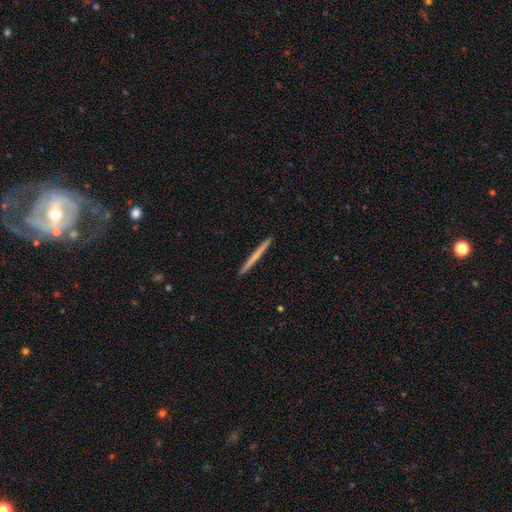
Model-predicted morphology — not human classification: The model was most divided on "smooth or featured": smooth: 52%, featured or disk: 43%, star or artifact: 5%. More confident: how rounded — cigar-shaped (97%); merging — none (94%).